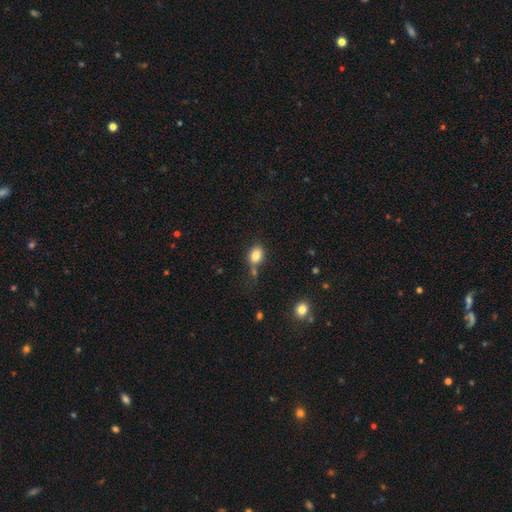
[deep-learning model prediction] smooth 82%, star or artifact 10%, featured or disk 8%. Down the decision tree: how rounded — in between (69%); merging — none (56%).